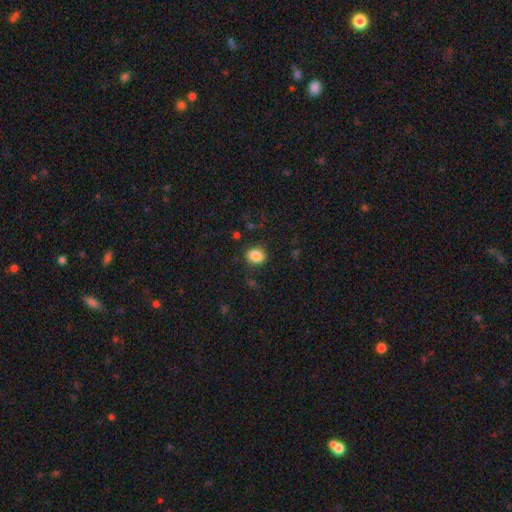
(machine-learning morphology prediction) Smooth or featured? smooth (87%)
How rounded? round (64%)
Merging? none (86%)